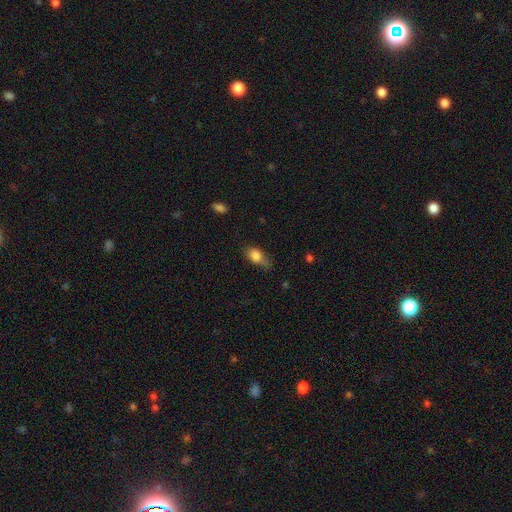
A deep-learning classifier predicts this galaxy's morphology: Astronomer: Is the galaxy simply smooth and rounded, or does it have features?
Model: smooth — 81%.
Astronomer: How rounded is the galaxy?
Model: in between — 81%.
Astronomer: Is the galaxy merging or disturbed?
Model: none — 47% (runner-up: minor disturbance, 36%).